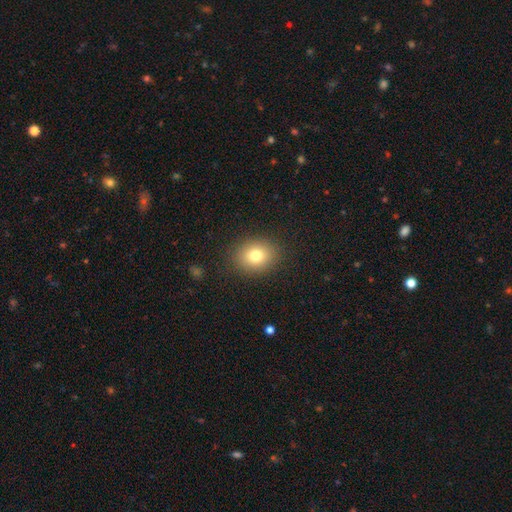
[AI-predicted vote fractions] smooth-or-featured: smooth: 79% | star or artifact: 12% | featured or disk: 10%
  how-rounded: round: 57% | in between: 42% | cigar-shaped: 1%
  merging: none: 88% | minor disturbance: 8% | major disturbance: 3% | merger: 1%